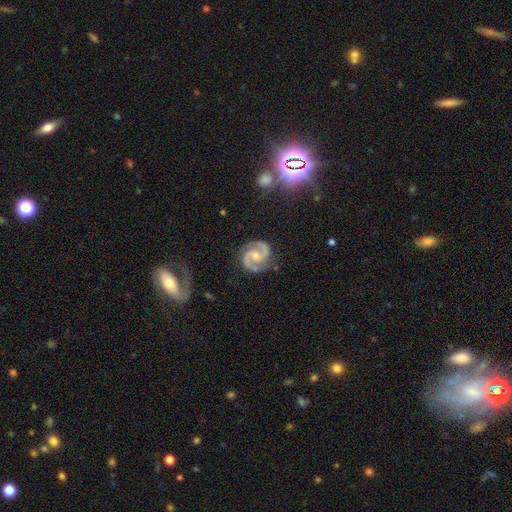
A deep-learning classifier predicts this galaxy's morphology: This is clearly a featured or disk galaxy (92%). It is clearly not viewed edge-on (98%). Bar: marginally no (45%). Spiral arm pattern: clearly yes (98%). Spiral arm count: clearly 2 (94%). Spiral winding: possibly medium (60%). Central bulge: marginally moderate (44%, tied with small). Merging: clearly none (83%).